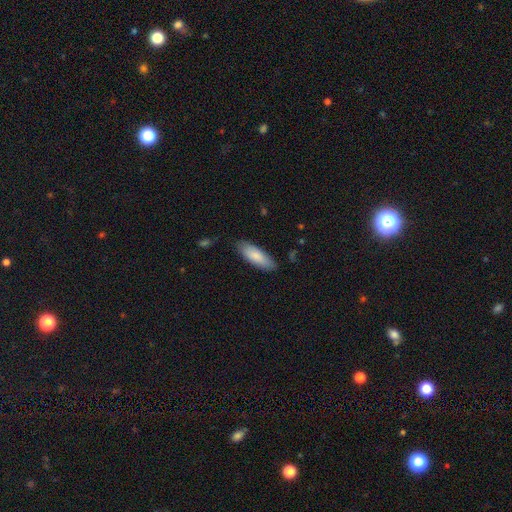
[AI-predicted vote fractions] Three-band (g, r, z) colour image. It shows a smooth galaxy with no disk features (83%) that is in between round and cigar-shaped (67%). Merging: none (81%).